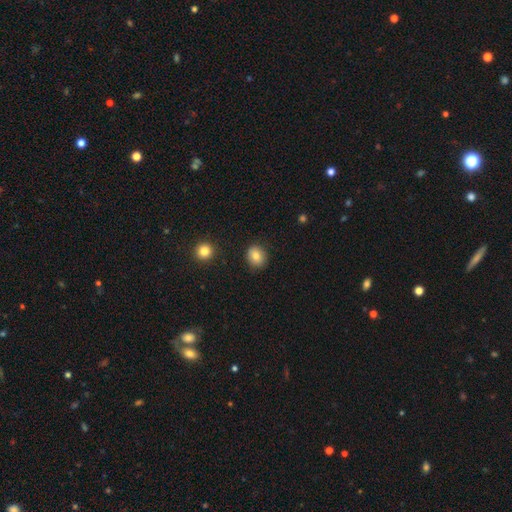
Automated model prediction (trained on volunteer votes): Morphology: type=smooth (83%); roundness=round (67%); merging=none (87%).